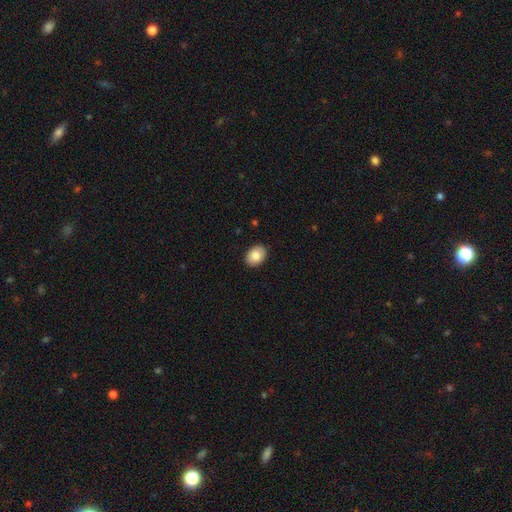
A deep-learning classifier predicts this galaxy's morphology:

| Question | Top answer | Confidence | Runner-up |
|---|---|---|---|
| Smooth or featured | smooth | 84% | featured or disk (9%) |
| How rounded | in between | 76% | round (24%) |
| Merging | none | 89% | minor disturbance (8%) |